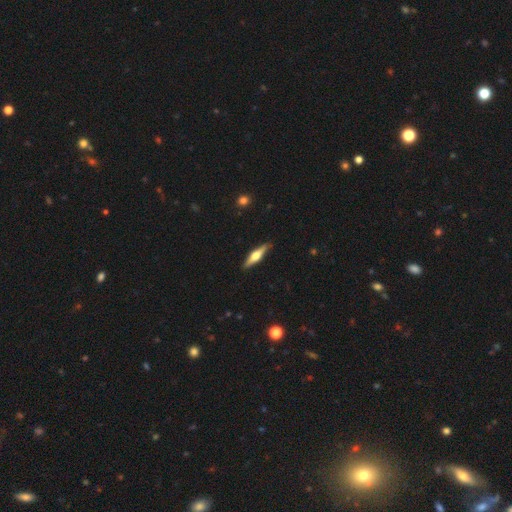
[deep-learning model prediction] Morphology: type=featured or disk (60%); edge-on=yes (95%); edge-on bulge=rounded (91%); merging=none (87%).